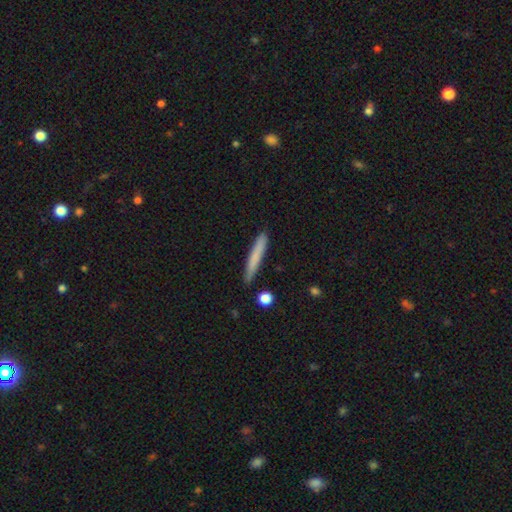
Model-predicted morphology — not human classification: Smooth or featured?
  - smooth: 75% *
  - featured or disk: 19%
  - star or artifact: 6%
How rounded?
  - cigar-shaped: 95% *
  - in between: 4%
  - round: 1%
Merging?
  - none: 86% *
  - minor disturbance: 10%
  - merger: 2%
  - major disturbance: 2%